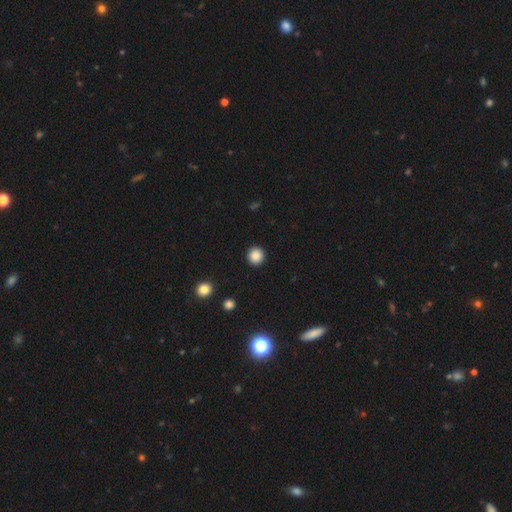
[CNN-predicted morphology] Smooth or featured?
  - smooth: 88% *
  - star or artifact: 9%
  - featured or disk: 3%
How rounded?
  - round: 93% *
  - in between: 6%
  - cigar-shaped: 1%
Merging?
  - none: 93% *
  - minor disturbance: 5%
  - major disturbance: 2%
  - merger: 1%